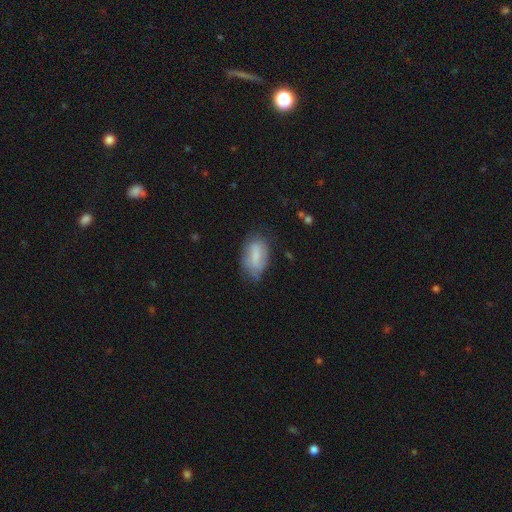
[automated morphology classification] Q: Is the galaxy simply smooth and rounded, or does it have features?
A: smooth — 64%.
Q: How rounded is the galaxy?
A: in between — 91%.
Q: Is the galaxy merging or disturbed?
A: none — 57%.